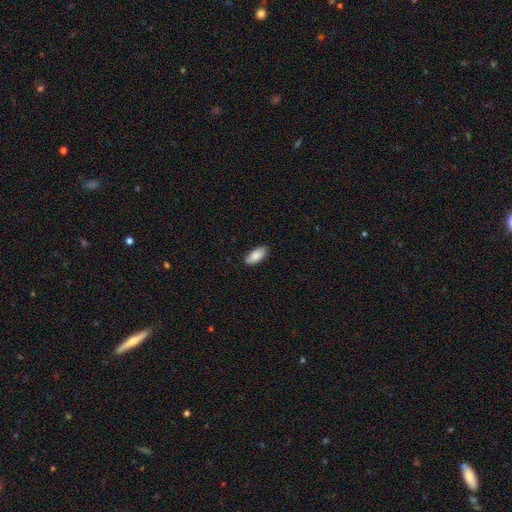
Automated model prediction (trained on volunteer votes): smooth-or-featured: smooth: 88% | featured or disk: 7% | star or artifact: 6%
  how-rounded: in between: 90% | cigar-shaped: 8% | round: 2%
  merging: none: 87% | minor disturbance: 10% | major disturbance: 2% | merger: 1%